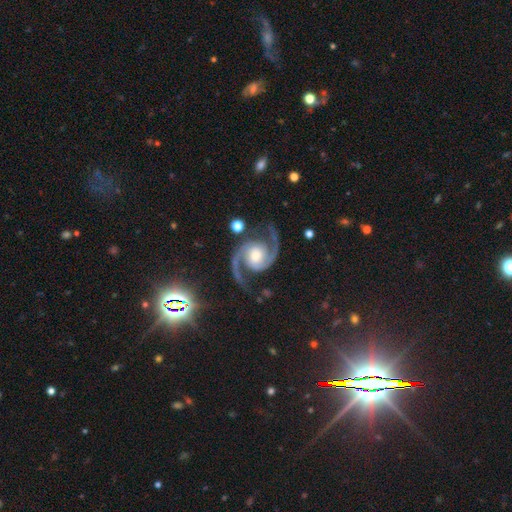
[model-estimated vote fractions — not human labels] Smooth or featured?
  - featured or disk: 94% *
  - star or artifact: 4%
  - smooth: 2%
Edge-on disk?
  - no: 98% *
  - yes: 2%
Bar?
  - no: 63% *
  - weak: 27%
  - strong: 10%
Spiral arms?
  - yes: 99% *
  - no: 1%
Spiral winding?
  - medium: 61% *
  - loose: 22%
  - tight: 16%
Spiral arm count?
  - 2: 95% *
  - can't tell: 1%
  - 3: 1%
  - 1: 1%
  - 4: 1%
  - more than 4: 1%
Bulge size?
  - moderate: 57% *
  - large: 21%
  - small: 17%
  - none: 3%
  - dominant: 2%
Merging?
  - none: 80% *
  - minor disturbance: 13%
  - major disturbance: 5%
  - merger: 2%